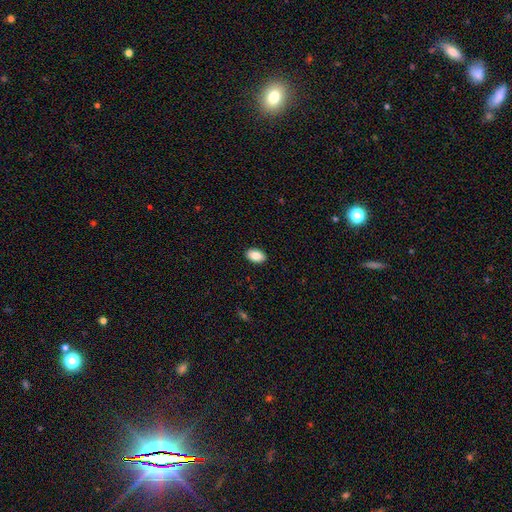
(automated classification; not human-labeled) smooth-or-featured: smooth: 86% | star or artifact: 7% | featured or disk: 6%
  how-rounded: in between: 90% | round: 8% | cigar-shaped: 1%
  merging: none: 90% | minor disturbance: 7% | major disturbance: 2% | merger: 1%